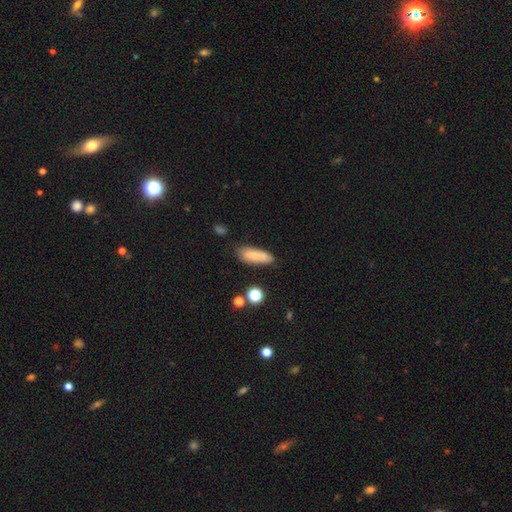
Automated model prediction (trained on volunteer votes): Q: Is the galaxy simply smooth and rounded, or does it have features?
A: smooth — 81%.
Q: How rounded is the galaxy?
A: in between — 57%.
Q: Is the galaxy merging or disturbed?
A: none — 75%.